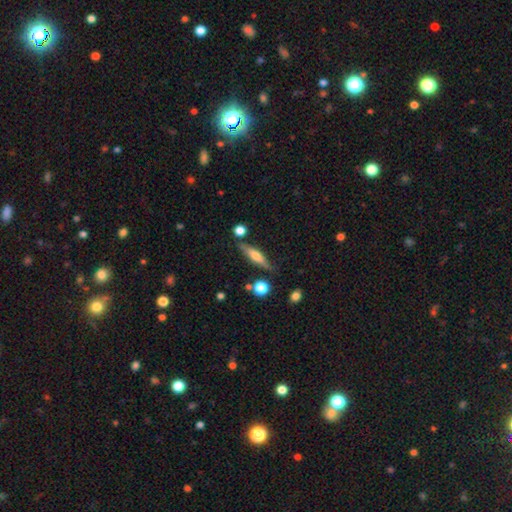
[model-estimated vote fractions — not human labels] Smooth or featured: featured or disk — 50% (smooth — 43%)
Merging: none — 77% (minor disturbance — 14%)